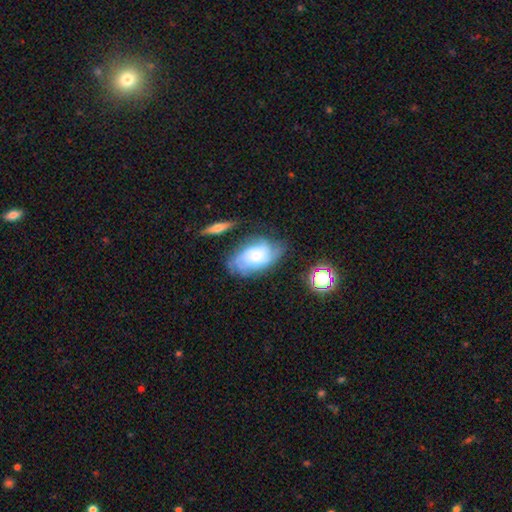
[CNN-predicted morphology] Smooth or featured?
  - featured or disk: 60% *
  - smooth: 31%
  - star or artifact: 9%
Edge-on disk?
  - no: 93% *
  - yes: 7%
Bar?
  - no: 73% *
  - weak: 22%
  - strong: 4%
Spiral arms?
  - yes: 87% *
  - no: 13%
Bulge size?
  - small: 40% *
  - moderate: 39%
  - large: 14%
  - none: 5%
  - dominant: 3%
Merging?
  - none: 64% *
  - minor disturbance: 23%
  - major disturbance: 10%
  - merger: 4%